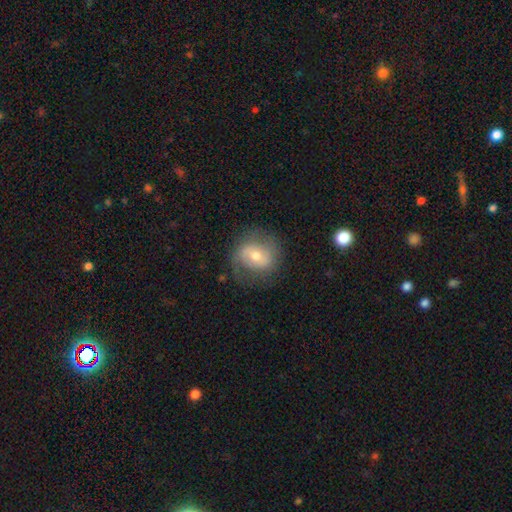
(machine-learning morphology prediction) The model was most divided on "smooth or featured": featured or disk: 50%, smooth: 42%, star or artifact: 8%. More confident: edge-on disk — no (96%); merging — none (67%).